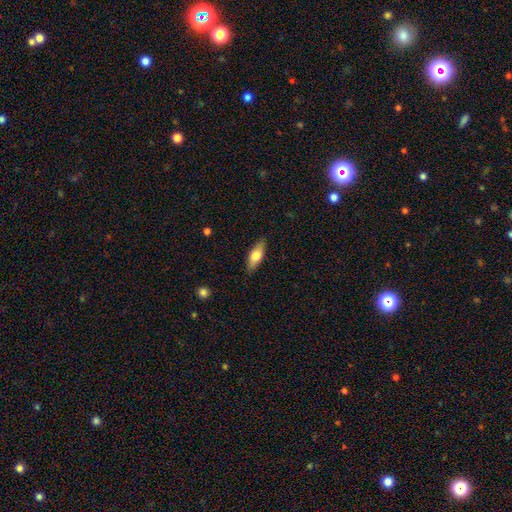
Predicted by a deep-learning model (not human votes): A smooth galaxy with no disk features (71%) that is in between round and cigar-shaped (73%). Merging: none (86%).